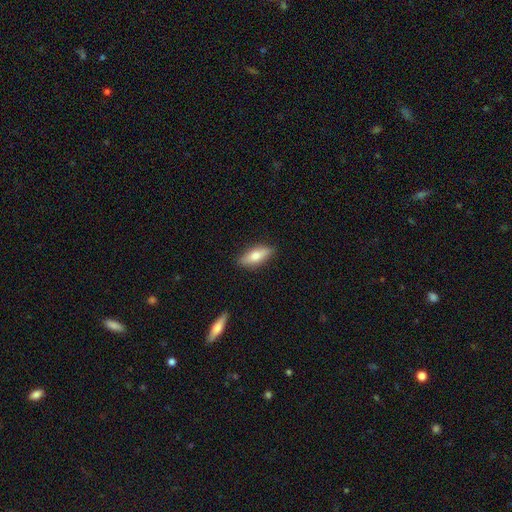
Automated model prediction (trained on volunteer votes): Morphology: type=smooth (67%); roundness=in between (64%); merging=none (87%).